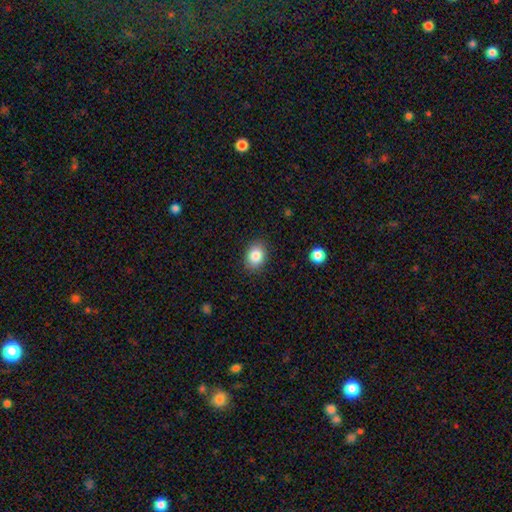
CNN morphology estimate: A smooth galaxy with no disk features (85%) that is in between round and cigar-shaped (63%).

Vote fractions:
- Smooth or featured? smooth: 85% / star or artifact: 8% / featured or disk: 7%
- How rounded? in between: 63% / round: 36% / cigar-shaped: 1%
- Merging? none: 88% / minor disturbance: 9% / major disturbance: 2% / merger: 1%